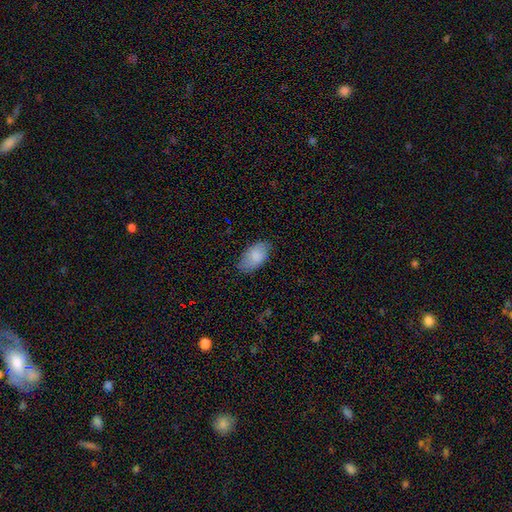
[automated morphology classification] smooth-or-featured: smooth: 80% | featured or disk: 13% | star or artifact: 7%
  how-rounded: in between: 95% | round: 3% | cigar-shaped: 2%
  merging: none: 74% | minor disturbance: 21% | major disturbance: 4% | merger: 1%